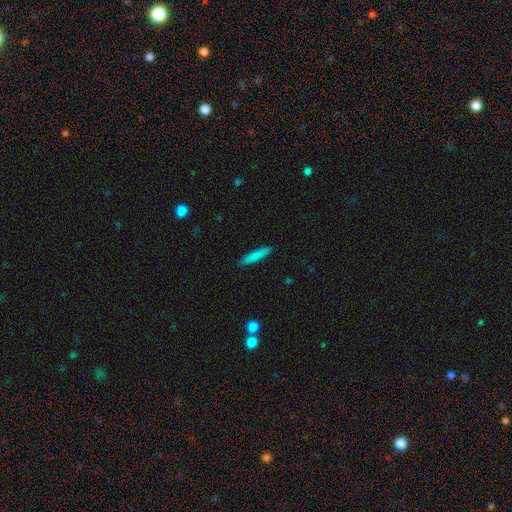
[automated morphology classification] Q: Smooth or featured?
A: smooth (81%); runner-up: featured or disk (13%)
Q: How rounded?
A: cigar-shaped (88%); runner-up: in between (10%)
Q: Merging?
A: none (90%); runner-up: minor disturbance (7%)